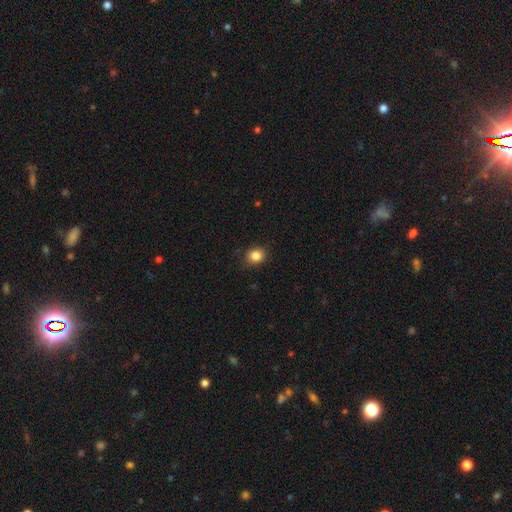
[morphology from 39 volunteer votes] This appears to be a smooth galaxy with no disk features (90%) that is round (49%, tied with in between). Merging: none (91%).